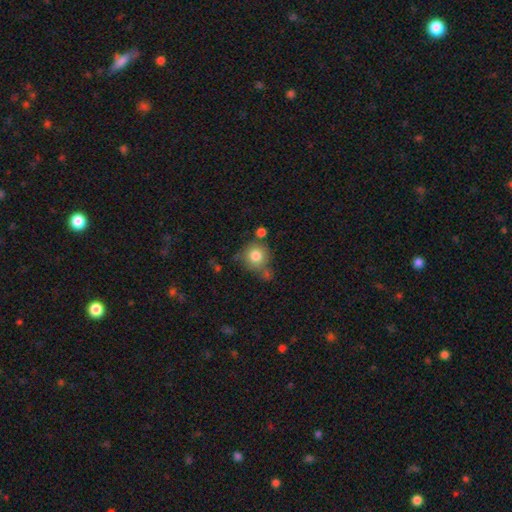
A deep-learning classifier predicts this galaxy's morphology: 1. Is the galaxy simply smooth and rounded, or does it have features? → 80% smooth, 10% featured or disk, 10% star or artifact.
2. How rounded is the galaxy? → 90% round, 9% in between, 1% cigar-shaped.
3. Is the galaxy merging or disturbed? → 59% none, 18% minor disturbance, 16% merger, 7% major disturbance.